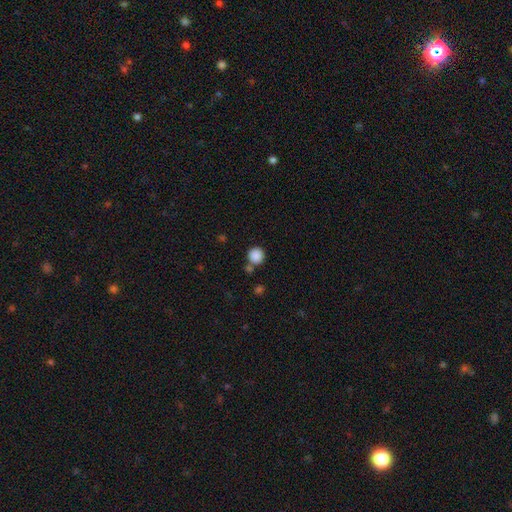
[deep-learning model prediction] Smooth or featured?
  - smooth: 87% *
  - star or artifact: 10%
  - featured or disk: 3%
How rounded?
  - round: 93% *
  - in between: 6%
  - cigar-shaped: 1%
Merging?
  - none: 75% *
  - merger: 13%
  - minor disturbance: 9%
  - major disturbance: 3%